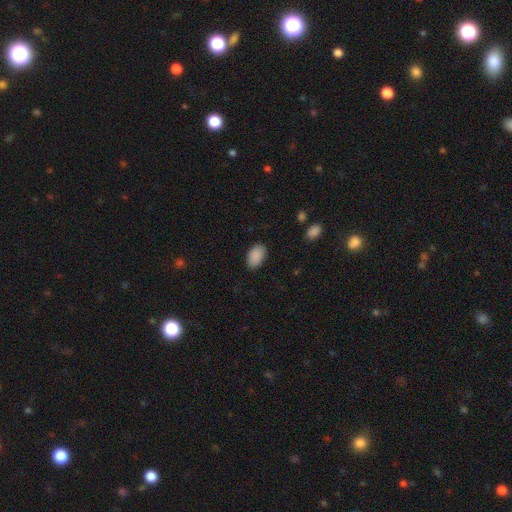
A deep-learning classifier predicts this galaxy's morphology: Smooth or featured: smooth — 90% (star or artifact — 7%)
How rounded: in between — 91% (round — 7%)
Merging: none — 86% (minor disturbance — 11%)